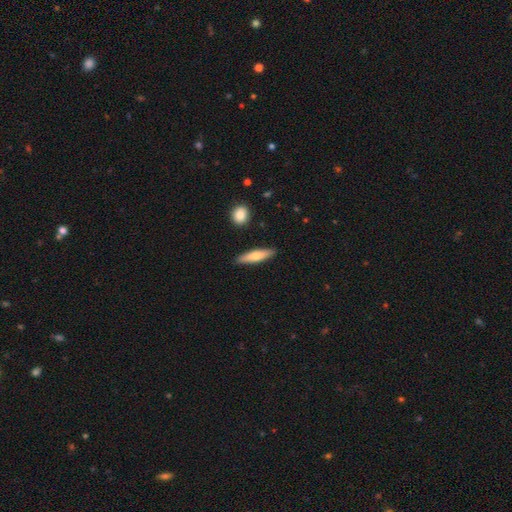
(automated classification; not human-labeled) Morphology: type=smooth (64%); roundness=cigar-shaped (72%); merging=none (88%).